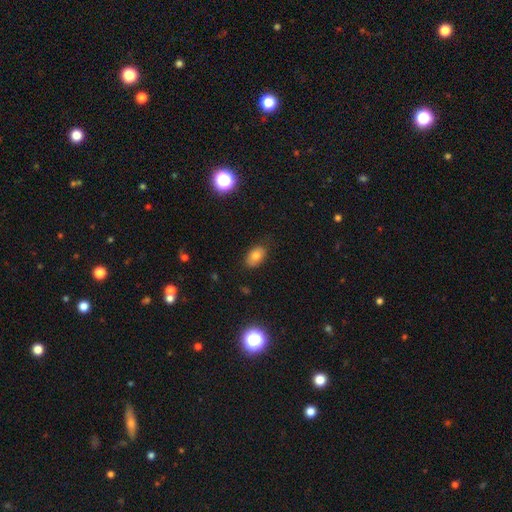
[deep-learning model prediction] Smooth or featured? Predicted: smooth (p=0.78). How rounded? Predicted: in between (p=0.88). Merging? Predicted: none (p=0.80).